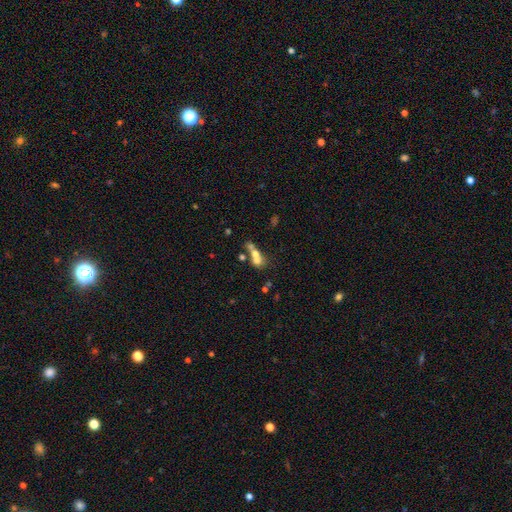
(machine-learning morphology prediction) smooth 57%, featured or disk 29%, star or artifact 14%. Down the decision tree: how rounded — round (47%); merging — merger (63%).